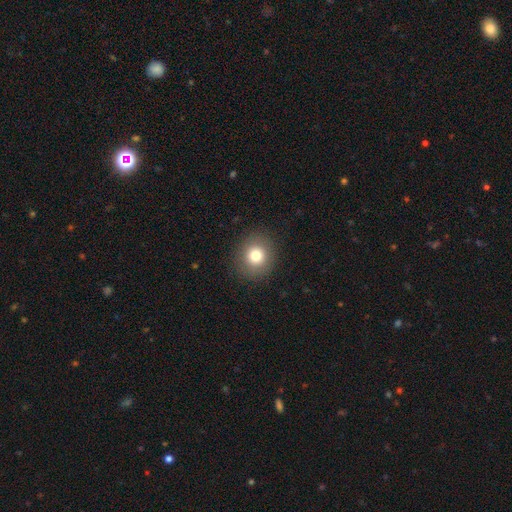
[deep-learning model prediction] Morphology: type=smooth (78%); roundness=round (85%); merging=none (90%).